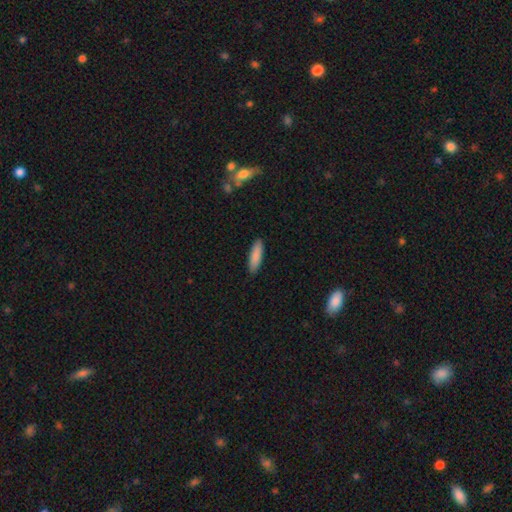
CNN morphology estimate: Overall: smooth (88%). How rounded: cigar-shaped (63%; in between 36%). Merging: none (90%).